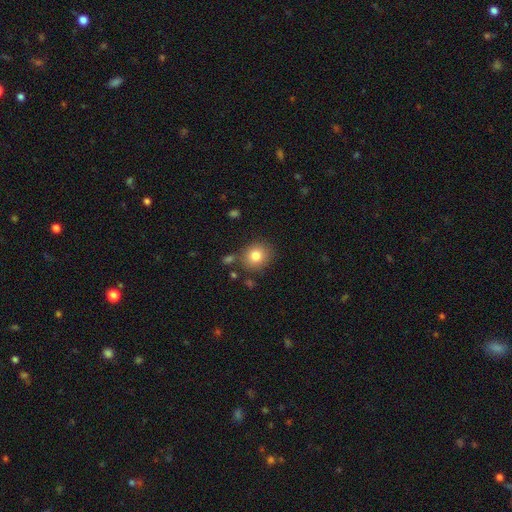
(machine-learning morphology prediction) Q: Smooth or featured?
A: smooth (82%); runner-up: star or artifact (10%)
Q: How rounded?
A: round (77%); runner-up: in between (22%)
Q: Merging?
A: none (80%); runner-up: minor disturbance (11%)